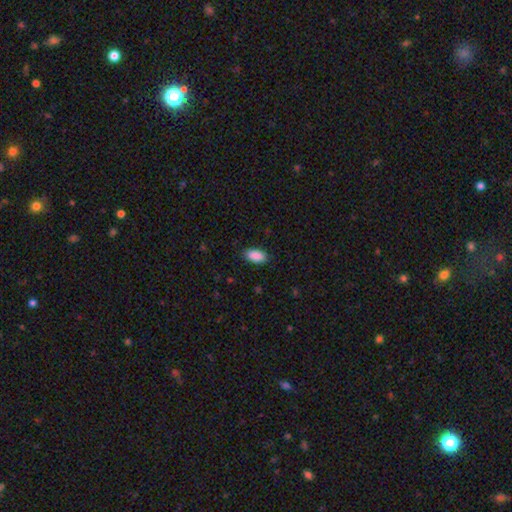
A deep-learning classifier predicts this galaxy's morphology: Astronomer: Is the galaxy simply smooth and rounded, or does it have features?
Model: smooth — 90%.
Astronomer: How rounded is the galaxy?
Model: in between — 93%.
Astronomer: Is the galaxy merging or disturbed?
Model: none — 88%.